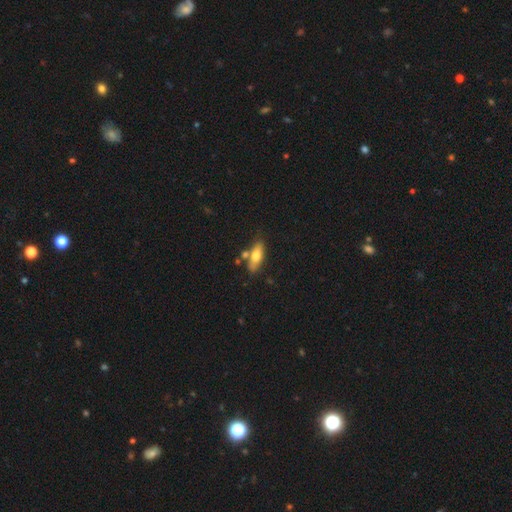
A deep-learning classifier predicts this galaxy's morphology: A smooth galaxy with no disk features (69%) that is in between round and cigar-shaped (69%).

Vote fractions:
- Smooth or featured? smooth: 69% / featured or disk: 25% / star or artifact: 7%
- How rounded? in between: 69% / cigar-shaped: 28% / round: 3%
- Merging? none: 66% / minor disturbance: 16% / merger: 15% / major disturbance: 4%